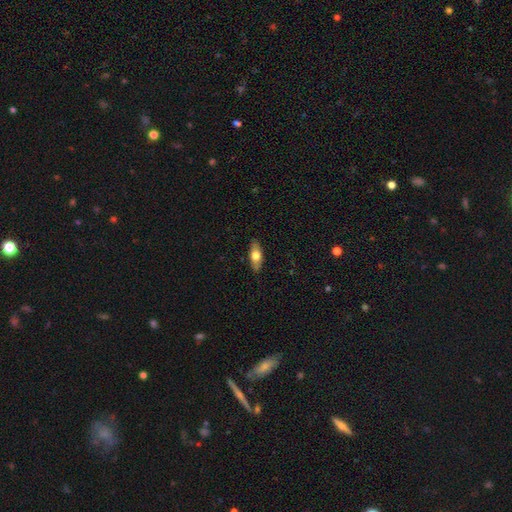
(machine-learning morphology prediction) A smooth galaxy with no disk features (61%) that is in between round and cigar-shaped (71%). Merging: none (87%).